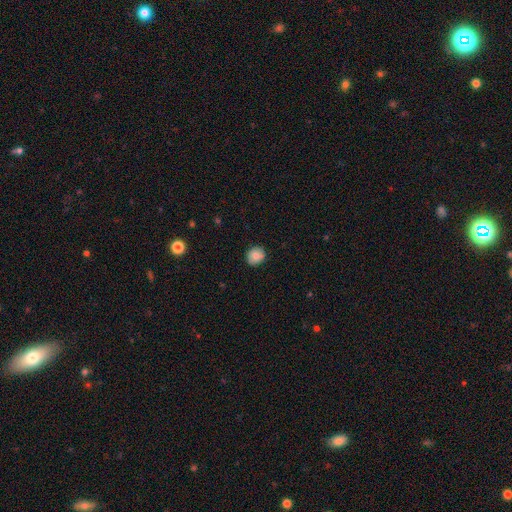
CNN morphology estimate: Smooth or featured? Predicted: smooth (p=0.77). How rounded? Predicted: round (p=0.75). Merging? Predicted: none (p=0.86).